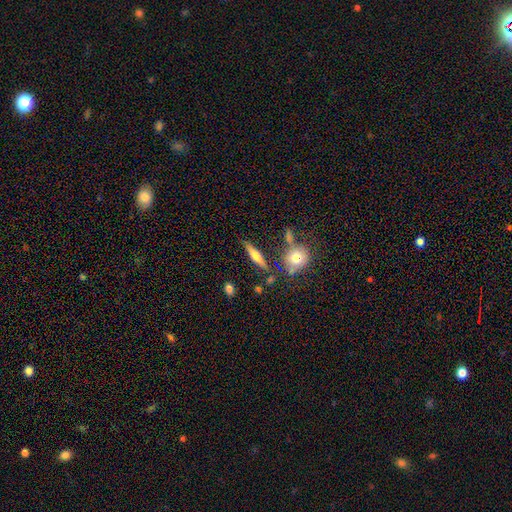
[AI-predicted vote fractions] A smooth galaxy with no disk features (46%). Merging: none (76%).